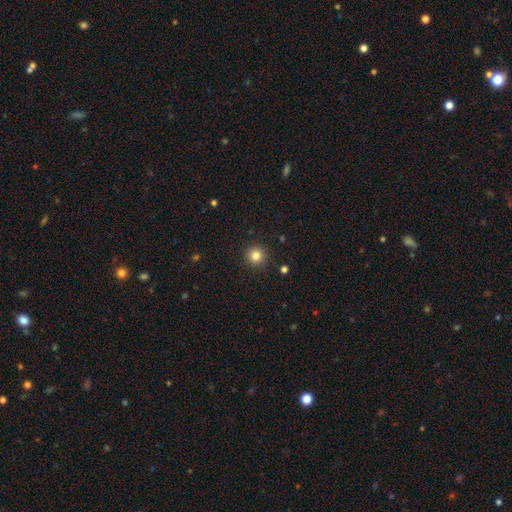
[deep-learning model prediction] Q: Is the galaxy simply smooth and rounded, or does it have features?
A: smooth — 82%.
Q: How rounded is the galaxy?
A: round — 95%.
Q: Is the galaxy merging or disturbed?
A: none — 92%.